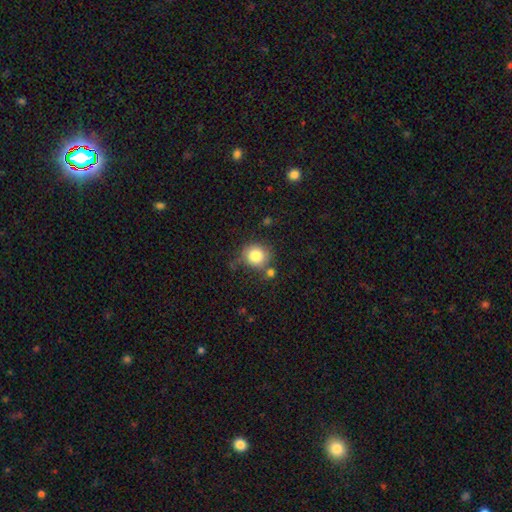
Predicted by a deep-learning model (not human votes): Overall: smooth (83%). How rounded: round (86%). Merging: none (70%).